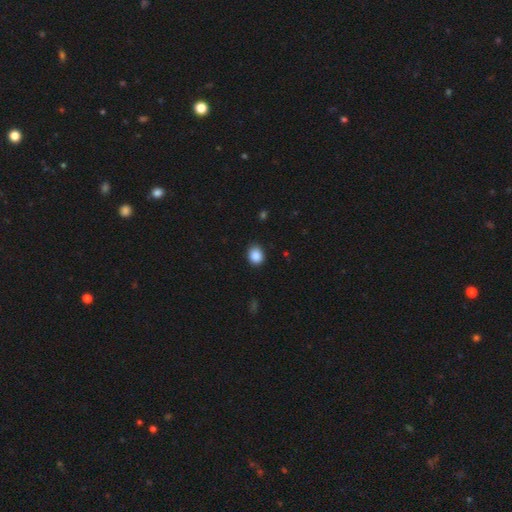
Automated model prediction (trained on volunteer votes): This is clearly a smooth galaxy (88%). How rounded: possibly round (53%). Merging: clearly none (84%).